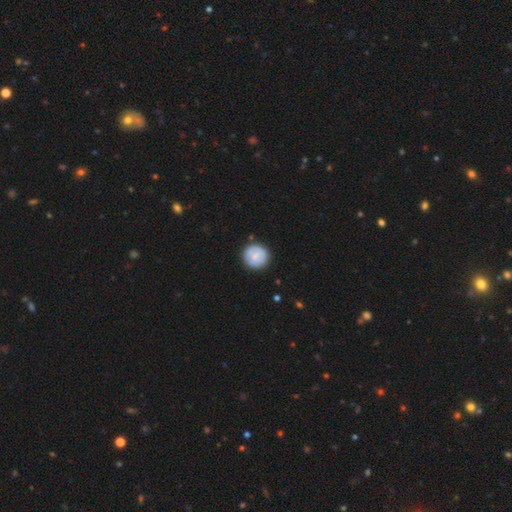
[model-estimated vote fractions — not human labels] Smooth or featured? smooth (66%)
How rounded? round (94%)
Merging? none (84%)